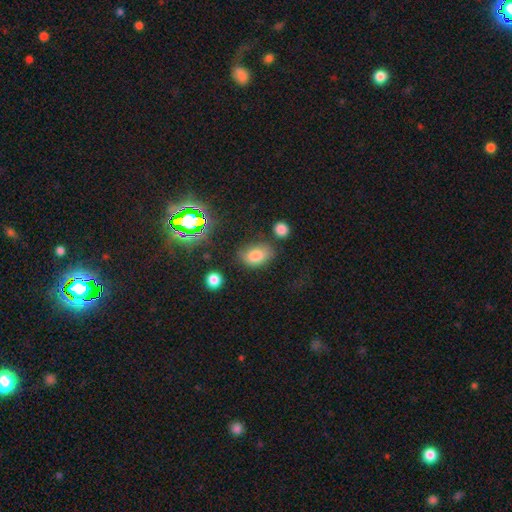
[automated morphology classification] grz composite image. It shows a smooth galaxy with no disk features (77%) that is in between round and cigar-shaped (82%). Merging: none (70%).